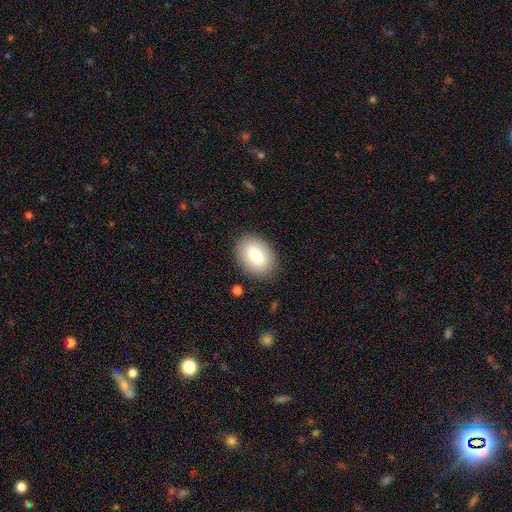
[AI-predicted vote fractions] Smooth or featured?
  - smooth: 78% *
  - featured or disk: 15%
  - star or artifact: 7%
How rounded?
  - in between: 83% *
  - round: 16%
  - cigar-shaped: 1%
Merging?
  - none: 86% *
  - minor disturbance: 10%
  - major disturbance: 3%
  - merger: 1%